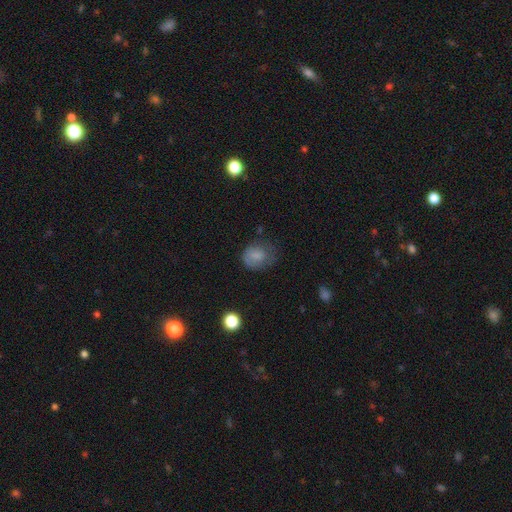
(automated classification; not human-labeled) A smooth galaxy with no disk features (75%) that is round (56%).

Vote fractions:
- Smooth or featured? smooth: 75% / featured or disk: 14% / star or artifact: 10%
- How rounded? round: 56% / in between: 43% / cigar-shaped: 1%
- Merging? none: 47% / minor disturbance: 30% / major disturbance: 20% / merger: 2%